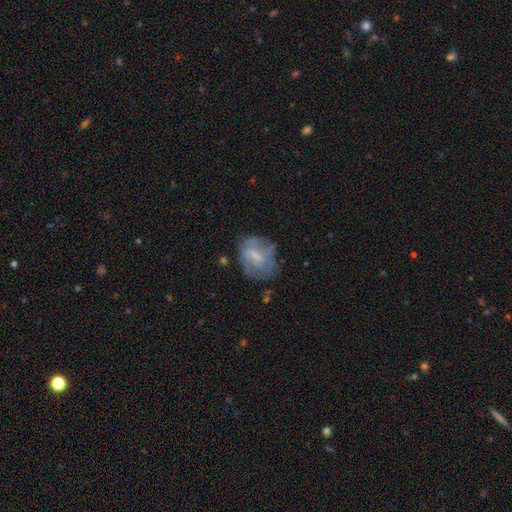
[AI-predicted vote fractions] Overall: featured or disk (57%; smooth 35%). Edge-on disk: no (97%). Bar: weak (50%; no 34%). Spiral arms: yes (55%; no 45%). Bulge size: small (42%; moderate 32%). Merging: none (56%; minor disturbance 25%).